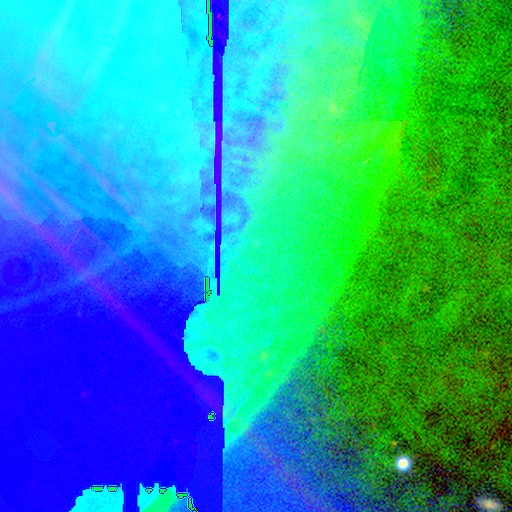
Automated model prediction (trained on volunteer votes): Q: Smooth or featured?
A: star or artifact (82%); runner-up: featured or disk (11%)